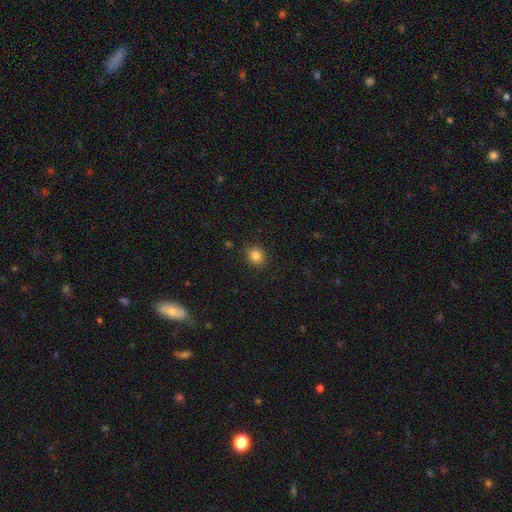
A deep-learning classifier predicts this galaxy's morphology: Smooth or featured? smooth (85%)
How rounded? round (79%)
Merging? none (89%)